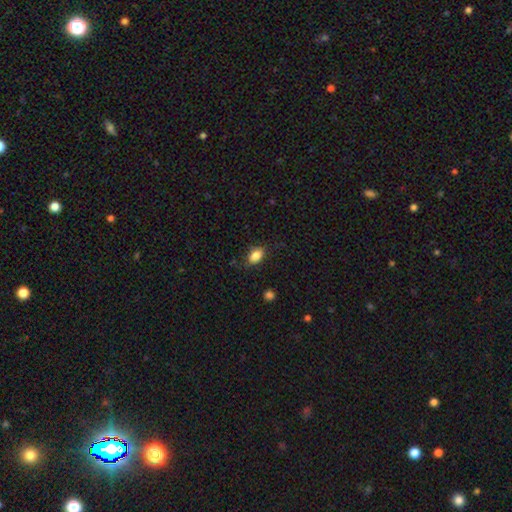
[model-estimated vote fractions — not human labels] Smooth or featured: smooth — 85% (star or artifact — 8%)
How rounded: in between — 87% (round — 10%)
Merging: none — 79% (minor disturbance — 16%)